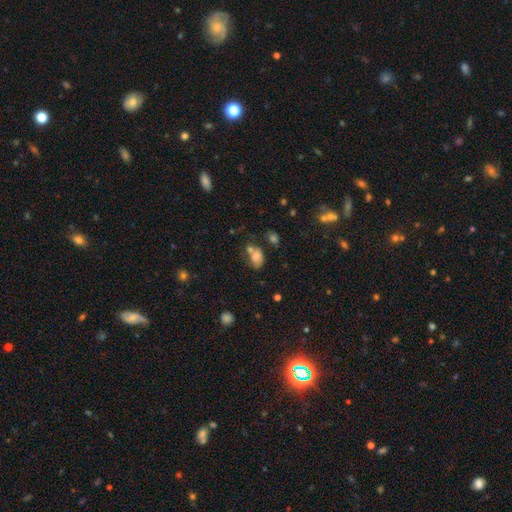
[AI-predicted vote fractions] A smooth galaxy with no disk features (71%) that is in between round and cigar-shaped (79%).

Vote fractions:
- Smooth or featured? smooth: 71% / featured or disk: 16% / star or artifact: 13%
- How rounded? in between: 79% / round: 19% / cigar-shaped: 1%
- Merging? none: 37% / merger: 31% / minor disturbance: 20% / major disturbance: 11%